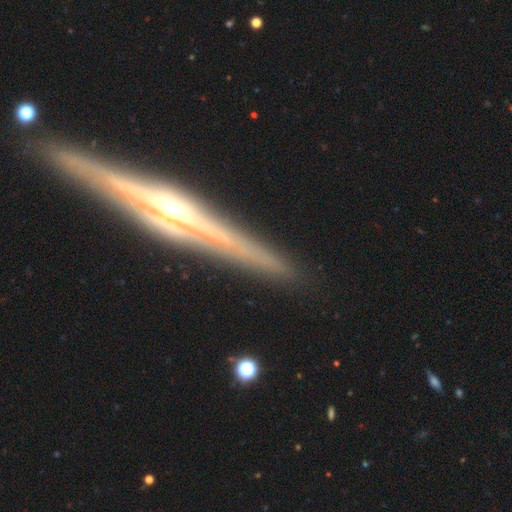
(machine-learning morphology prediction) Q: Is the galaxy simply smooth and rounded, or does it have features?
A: featured or disk — 84%.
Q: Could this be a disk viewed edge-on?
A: yes — 96%.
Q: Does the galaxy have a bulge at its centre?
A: rounded — 81%.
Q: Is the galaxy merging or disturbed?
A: none — 89%.